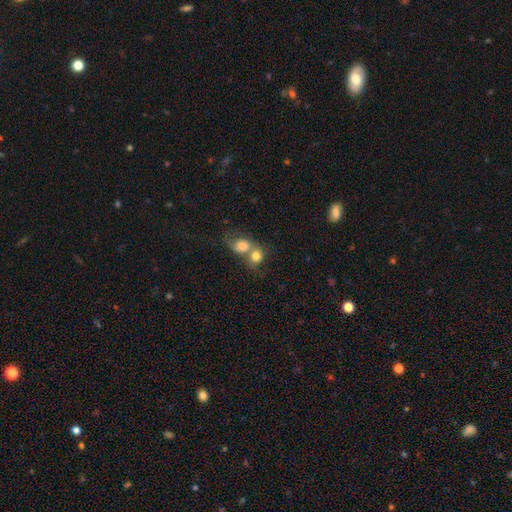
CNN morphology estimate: smooth-or-featured: smooth: 76% | featured or disk: 14% | star or artifact: 9%
  how-rounded: round: 71% | in between: 28% | cigar-shaped: 1%
  merging: merger: 70% | none: 21% | minor disturbance: 5% | major disturbance: 4%